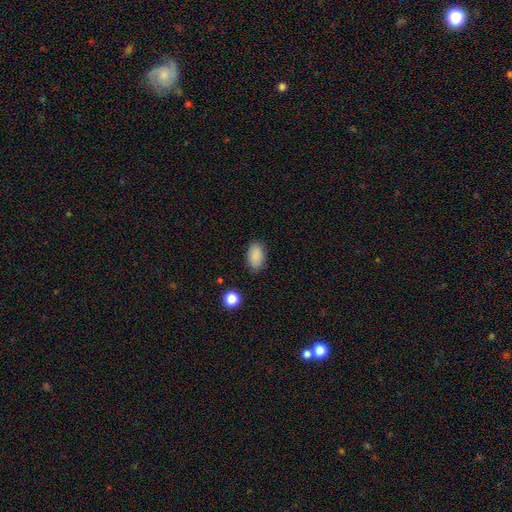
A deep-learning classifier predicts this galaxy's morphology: Q: Smooth or featured?
A: smooth (88%); runner-up: star or artifact (8%)
Q: How rounded?
A: in between (91%); runner-up: round (7%)
Q: Merging?
A: none (83%); runner-up: minor disturbance (13%)